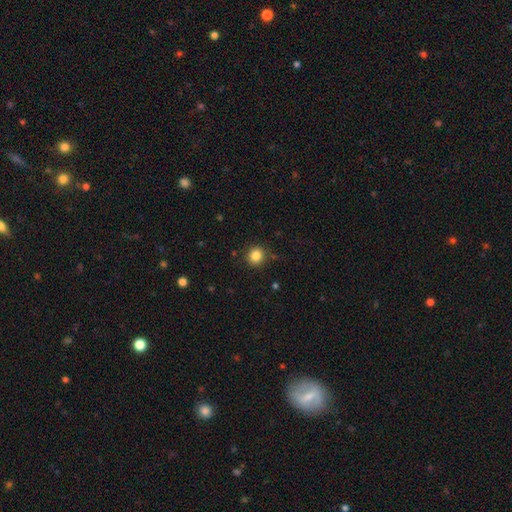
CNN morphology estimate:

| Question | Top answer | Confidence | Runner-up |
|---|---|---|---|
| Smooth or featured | smooth | 83% | star or artifact (11%) |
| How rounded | round | 88% | in between (11%) |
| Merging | none | 89% | minor disturbance (7%) |